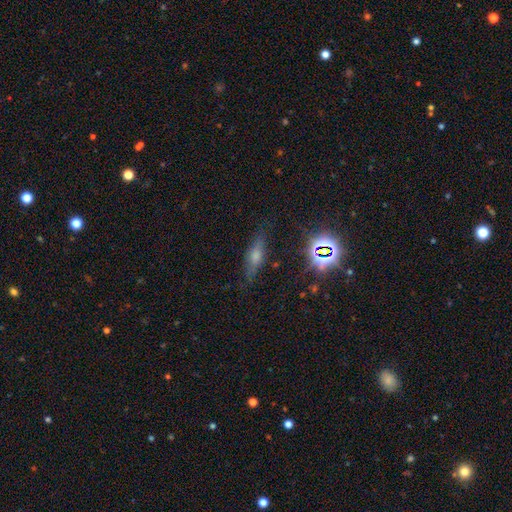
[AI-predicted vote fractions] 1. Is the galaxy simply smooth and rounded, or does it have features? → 41% smooth, 38% featured or disk, 21% star or artifact.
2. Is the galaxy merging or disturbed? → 80% none, 14% minor disturbance, 4% major disturbance, 2% merger.